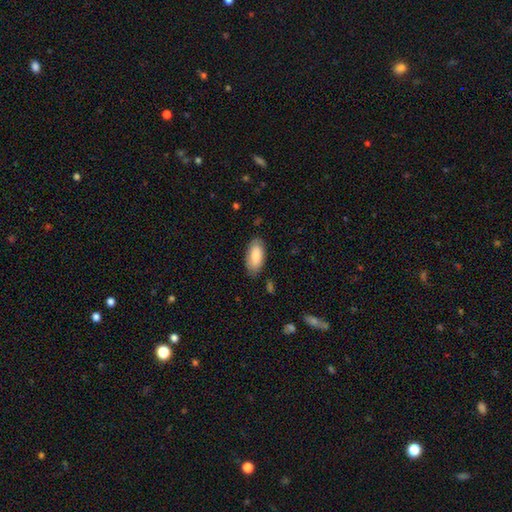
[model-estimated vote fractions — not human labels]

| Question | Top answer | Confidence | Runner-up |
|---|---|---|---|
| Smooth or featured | smooth | 84% | featured or disk (11%) |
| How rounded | in between | 93% | cigar-shaped (5%) |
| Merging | none | 81% | minor disturbance (14%) |